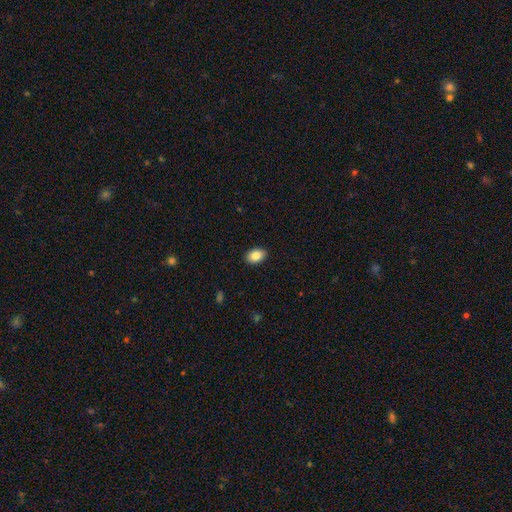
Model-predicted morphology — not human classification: This appears to be a smooth galaxy with no disk features (85%) that is in between round and cigar-shaped (84%). Merging: none (90%).